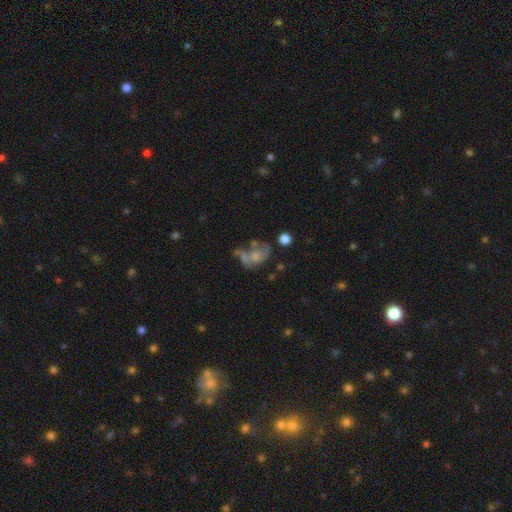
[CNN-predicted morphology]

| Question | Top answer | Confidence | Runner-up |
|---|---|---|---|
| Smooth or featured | featured or disk | 51% | smooth (32%) |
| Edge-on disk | no | 97% | yes (3%) |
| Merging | none | 28% | major disturbance (27%) |